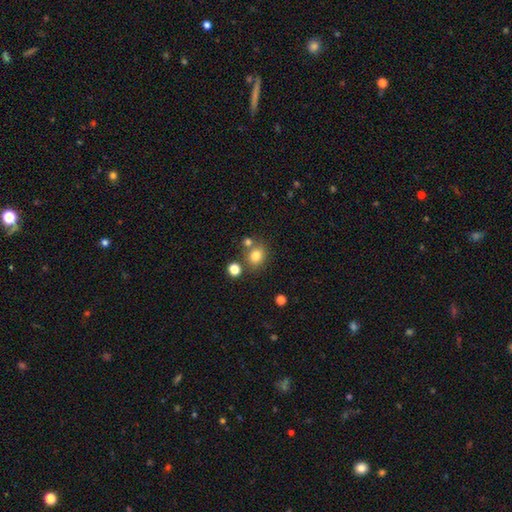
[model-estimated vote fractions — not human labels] Overall: smooth (79%). How rounded: round (72%). Merging: none (69%).